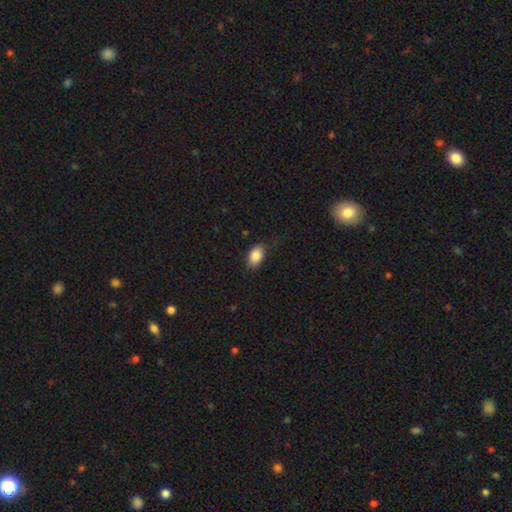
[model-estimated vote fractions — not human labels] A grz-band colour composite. It shows a smooth galaxy with no disk features (86%) that is in between round and cigar-shaped (88%). Merging: none (82%).